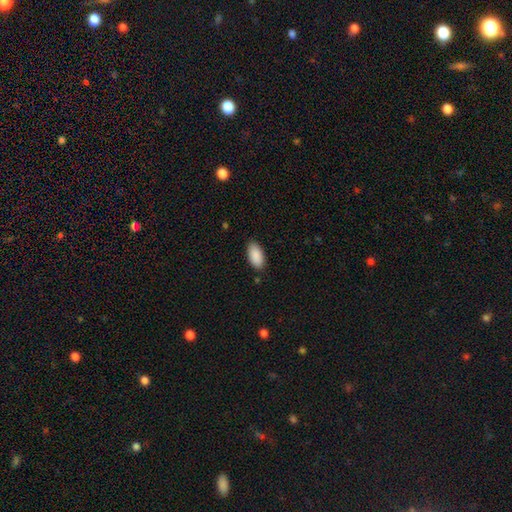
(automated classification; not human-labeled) A smooth galaxy with no disk features (90%) that is in between round and cigar-shaped (94%).

Vote fractions:
- Smooth or featured? smooth: 90% / star or artifact: 6% / featured or disk: 4%
- How rounded? in between: 94% / cigar-shaped: 4% / round: 2%
- Merging? none: 86% / minor disturbance: 10% / major disturbance: 2% / merger: 1%